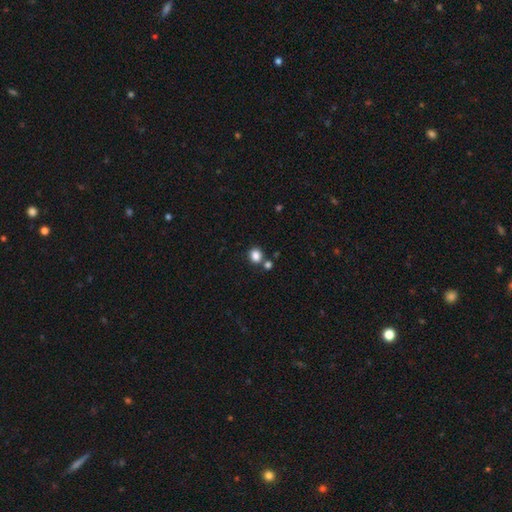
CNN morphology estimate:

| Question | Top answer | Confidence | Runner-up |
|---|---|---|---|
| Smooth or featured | smooth | 84% | star or artifact (11%) |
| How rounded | round | 70% | in between (29%) |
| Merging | none | 70% | merger (17%) |